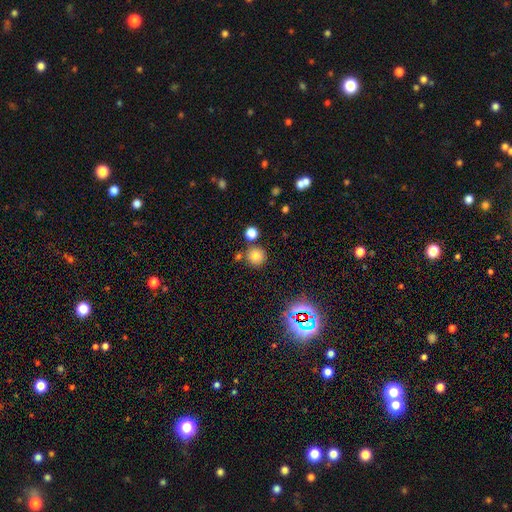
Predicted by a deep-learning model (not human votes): Q: Smooth or featured?
A: smooth (76%); runner-up: star or artifact (16%)
Q: How rounded?
A: round (93%); runner-up: in between (6%)
Q: Merging?
A: none (77%); runner-up: merger (12%)